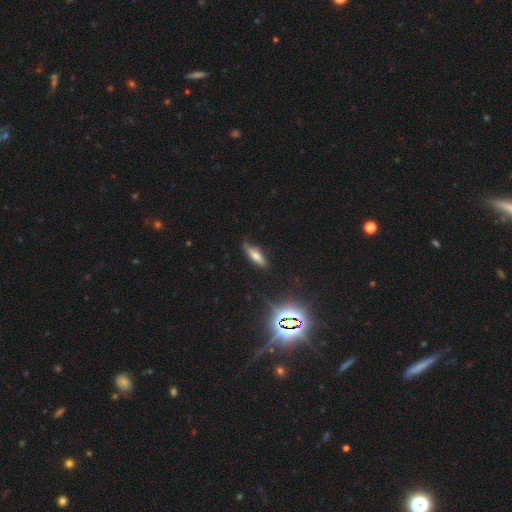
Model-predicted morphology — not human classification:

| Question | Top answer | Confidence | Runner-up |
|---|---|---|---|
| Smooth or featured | smooth | 59% | featured or disk (25%) |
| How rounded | in between | 49% | cigar-shaped (48%) |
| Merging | none | 73% | minor disturbance (20%) |